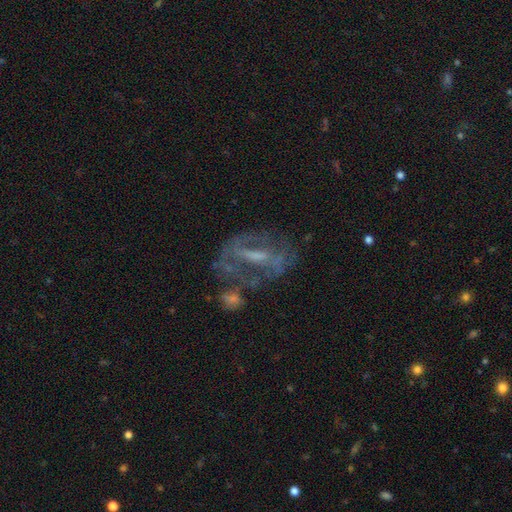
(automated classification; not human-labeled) Smooth or featured?
  - featured or disk: 70% *
  - smooth: 16%
  - star or artifact: 14%
Edge-on disk?
  - no: 89% *
  - yes: 11%
Bar?
  - weak: 41% *
  - strong: 36%
  - no: 23%
Spiral arms?
  - yes: 61% *
  - no: 39%
Bulge size?
  - small: 44% *
  - moderate: 30%
  - none: 21%
  - large: 3%
  - dominant: 1%
Merging?
  - none: 48% *
  - major disturbance: 20%
  - minor disturbance: 18%
  - merger: 14%